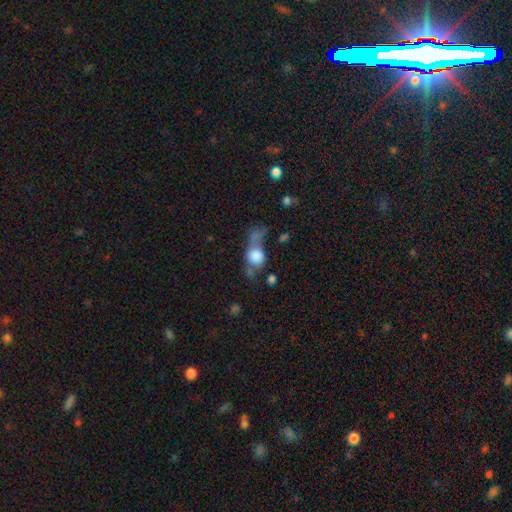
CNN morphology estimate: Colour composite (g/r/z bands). It shows a smooth galaxy with no disk features (64%) that is round (58%). Merging: major disturbance (34%).